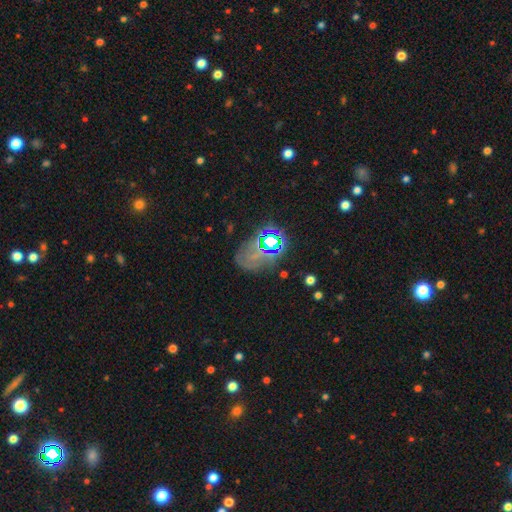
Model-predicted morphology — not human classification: Smooth or featured: star or artifact — 51% (smooth — 30%)